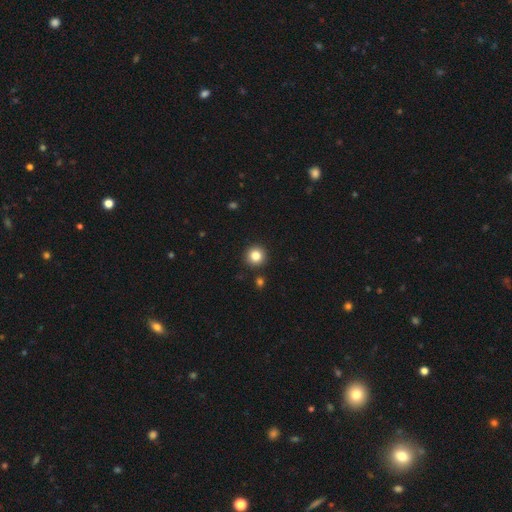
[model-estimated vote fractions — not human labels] A smooth galaxy with no disk features (83%) that is round (95%).

Vote fractions:
- Smooth or featured? smooth: 83% / star or artifact: 11% / featured or disk: 6%
- How rounded? round: 95% / in between: 4% / cigar-shaped: 1%
- Merging? none: 91% / minor disturbance: 5% / merger: 2% / major disturbance: 2%